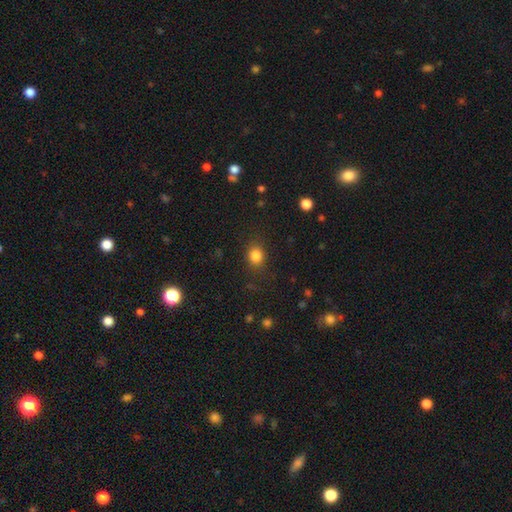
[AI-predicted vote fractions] Morphology: type=smooth (83%); roundness=round (69%); merging=none (84%).